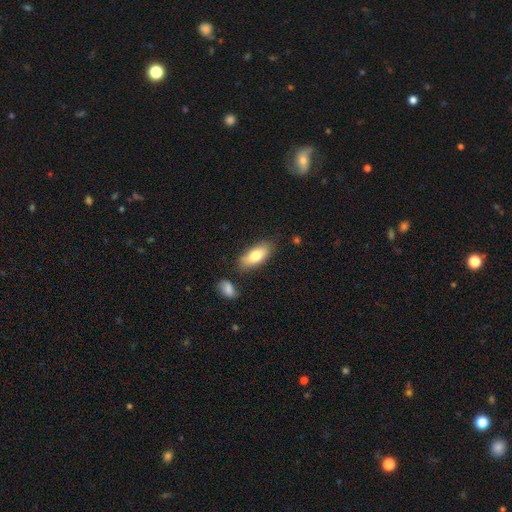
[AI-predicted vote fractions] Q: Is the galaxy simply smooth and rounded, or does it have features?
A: smooth — 77%.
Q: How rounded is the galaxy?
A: in between — 85%.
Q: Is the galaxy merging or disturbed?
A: none — 76%.